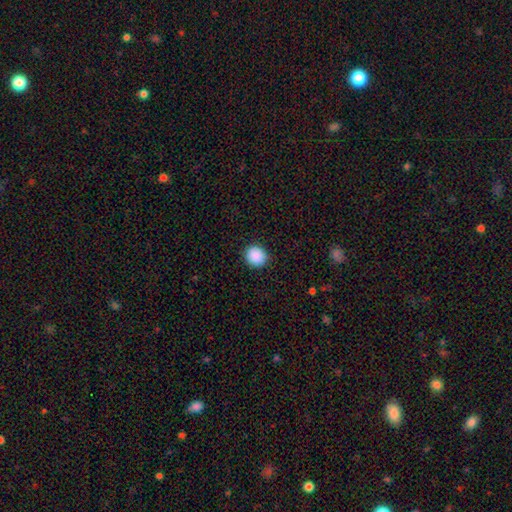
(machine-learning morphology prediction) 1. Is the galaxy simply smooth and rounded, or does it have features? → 89% smooth, 8% star or artifact, 3% featured or disk.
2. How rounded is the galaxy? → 86% round, 13% in between, 1% cigar-shaped.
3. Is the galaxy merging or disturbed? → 91% none, 6% minor disturbance, 2% major disturbance, 1% merger.